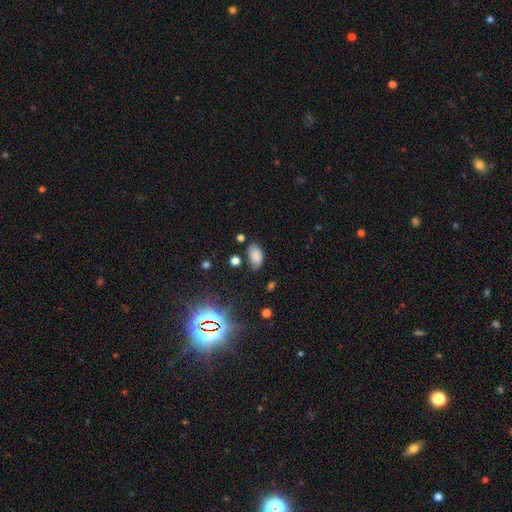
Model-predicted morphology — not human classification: type=smooth (72%); roundness=in between (92%); merging=none (65%).